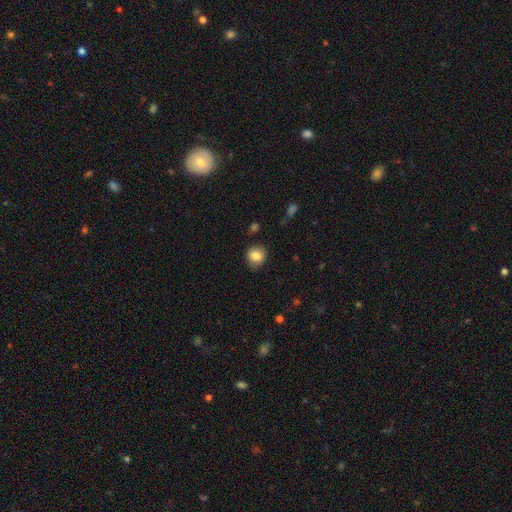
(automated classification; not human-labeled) Morphology: type=smooth (84%); roundness=round (74%); merging=none (79%).